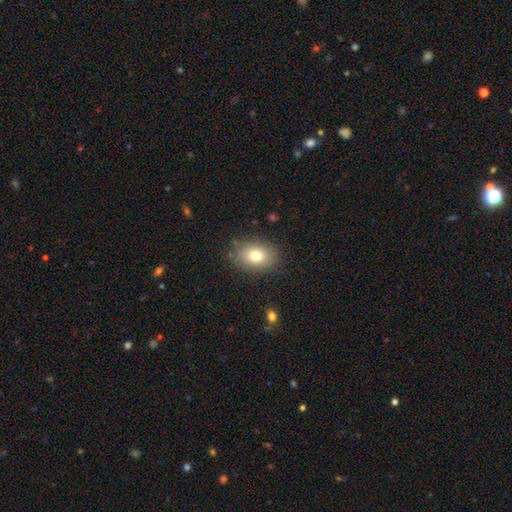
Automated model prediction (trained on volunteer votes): smooth-or-featured: smooth: 79% | featured or disk: 11% | star or artifact: 10%
  how-rounded: in between: 73% | round: 26% | cigar-shaped: 1%
  merging: none: 84% | minor disturbance: 11% | major disturbance: 4% | merger: 1%